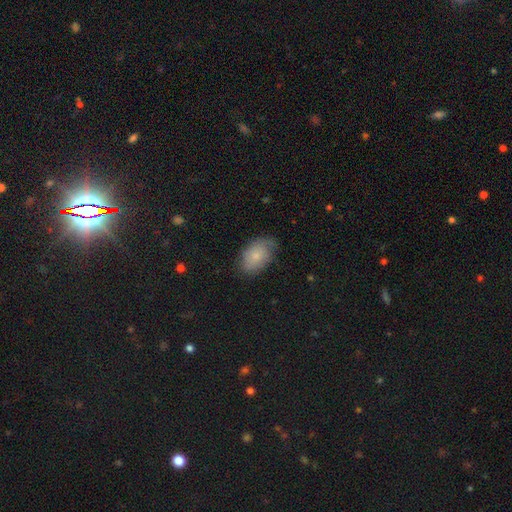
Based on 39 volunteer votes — Smooth or featured? smooth (67%)
How rounded? in between (88%)
Merging? none (54%)